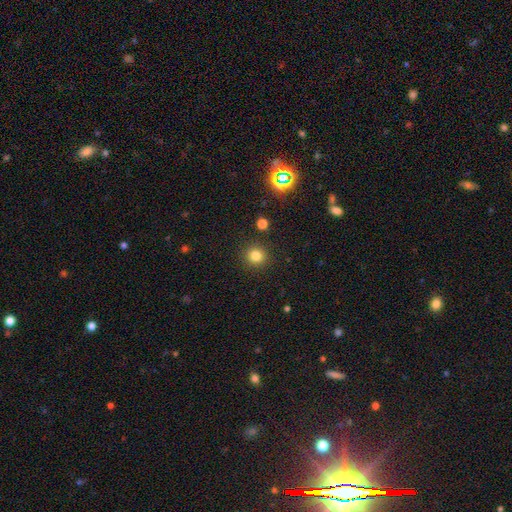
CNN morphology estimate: The model was most divided on "smooth or featured": smooth: 80%, star or artifact: 15%, featured or disk: 5%. More confident: how rounded — round (93%); merging — none (90%).